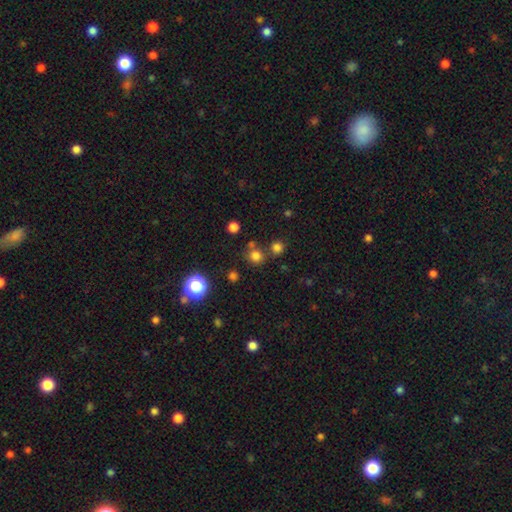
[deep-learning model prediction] Morphology: type=smooth (73%); roundness=round (91%); merging=none (74%).